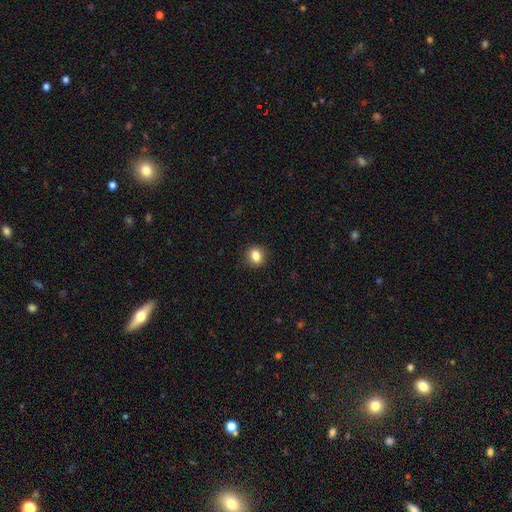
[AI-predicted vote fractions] Q: Smooth or featured?
A: smooth (84%); runner-up: star or artifact (10%)
Q: How rounded?
A: round (61%); runner-up: in between (38%)
Q: Merging?
A: none (88%); runner-up: minor disturbance (8%)